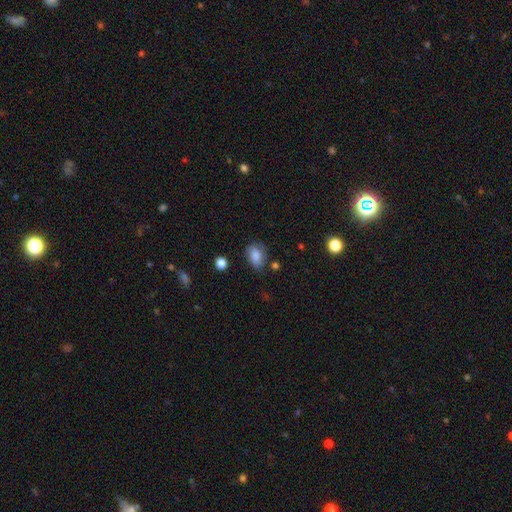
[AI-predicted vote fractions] This appears to be a smooth galaxy with no disk features (75%) that is in between round and cigar-shaped (80%). Merging: none (62%).